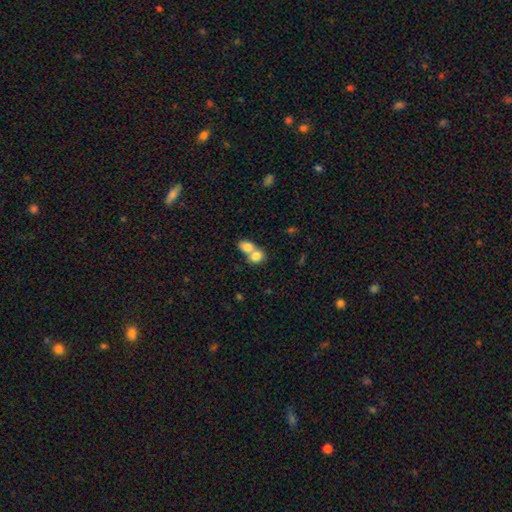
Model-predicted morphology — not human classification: type=smooth (79%); roundness=in between (53%); merging=merger (71%).